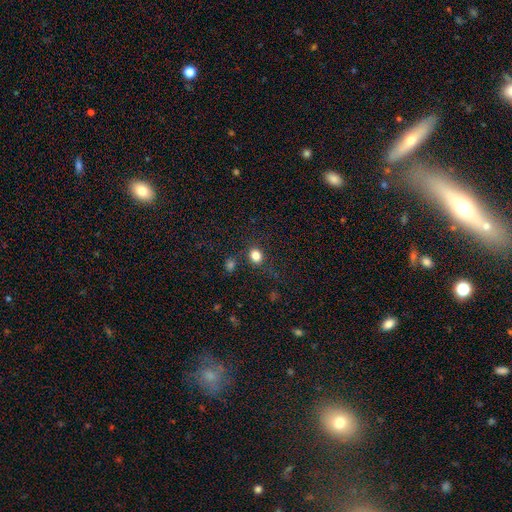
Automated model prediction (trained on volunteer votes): Smooth or featured?
  - smooth: 82% *
  - star or artifact: 13%
  - featured or disk: 5%
How rounded?
  - round: 69% *
  - in between: 30%
  - cigar-shaped: 1%
Merging?
  - none: 80% *
  - minor disturbance: 10%
  - merger: 5%
  - major disturbance: 4%